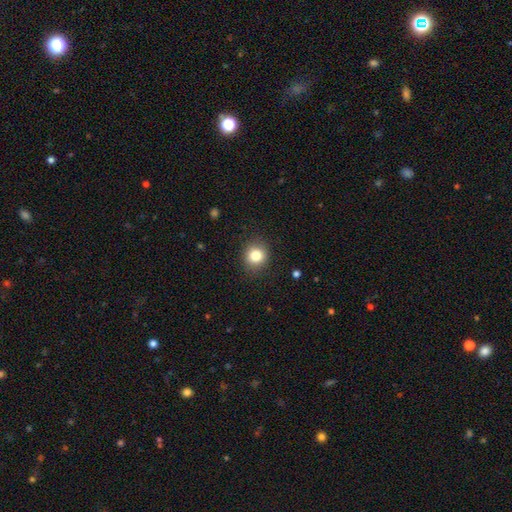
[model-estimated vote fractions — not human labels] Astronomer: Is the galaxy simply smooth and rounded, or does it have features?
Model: smooth — 83%.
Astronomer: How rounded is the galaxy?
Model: round — 83%.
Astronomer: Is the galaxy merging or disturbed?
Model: none — 88%.